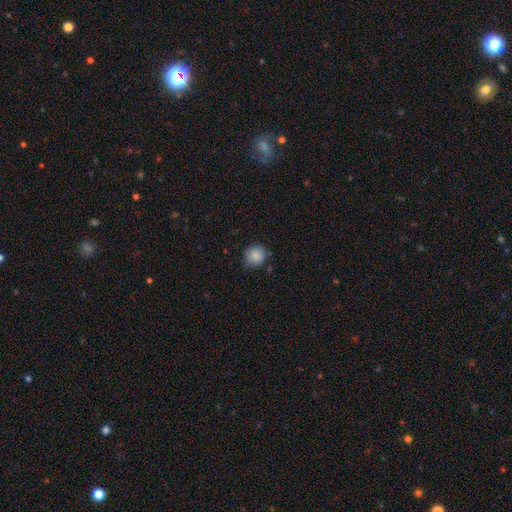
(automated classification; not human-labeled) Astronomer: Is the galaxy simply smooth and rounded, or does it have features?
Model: smooth — 86%.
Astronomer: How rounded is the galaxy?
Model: round — 86%.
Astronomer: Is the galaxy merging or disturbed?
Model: none — 79%.